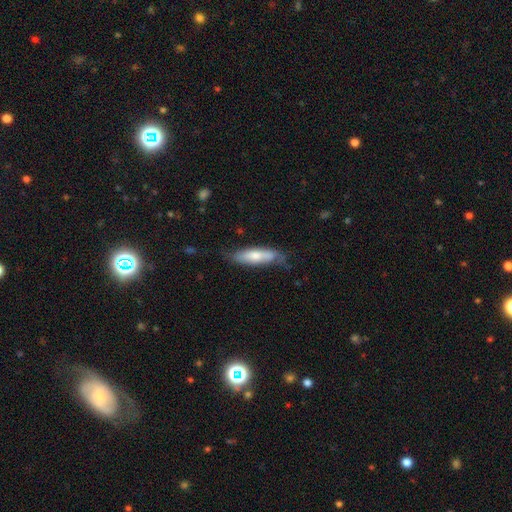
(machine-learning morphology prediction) A smooth galaxy with no disk features (65%) that is cigar-shaped (55%). Merging: none (65%).